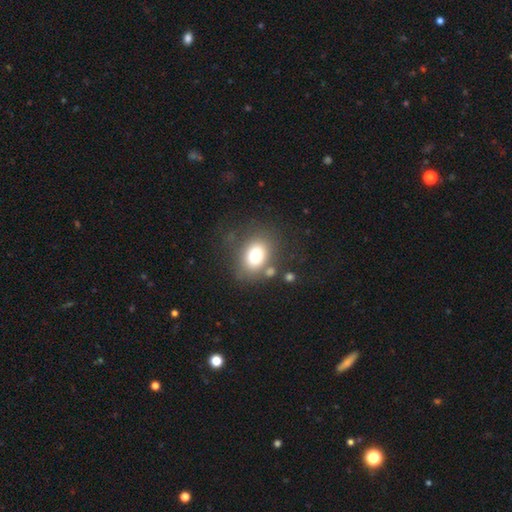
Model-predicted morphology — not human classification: Smooth or featured? smooth (75%)
How rounded? in between (62%)
Merging? none (67%)